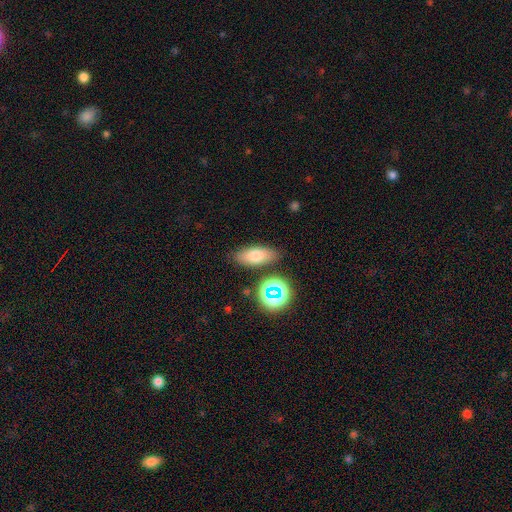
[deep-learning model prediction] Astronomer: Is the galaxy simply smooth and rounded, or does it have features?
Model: smooth — 73%.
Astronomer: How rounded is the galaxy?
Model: in between — 81%.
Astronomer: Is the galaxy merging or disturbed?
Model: none — 81%.